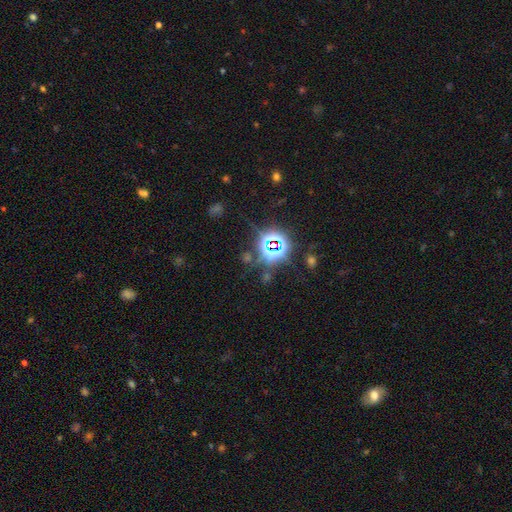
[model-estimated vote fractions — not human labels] smooth-or-featured: star or artifact: 79% | smooth: 13% | featured or disk: 8%